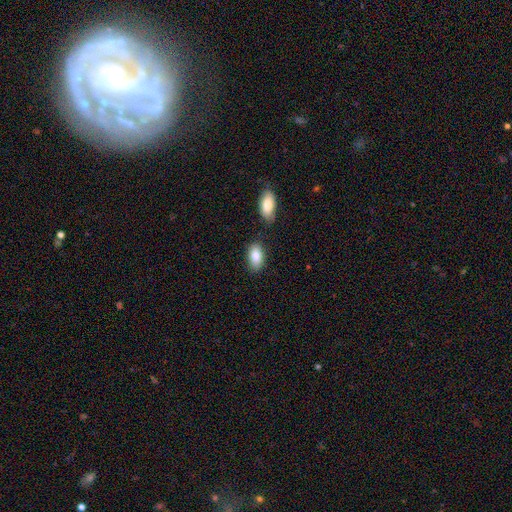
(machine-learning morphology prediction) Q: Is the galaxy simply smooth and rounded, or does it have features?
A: smooth — 85%.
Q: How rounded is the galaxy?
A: in between — 93%.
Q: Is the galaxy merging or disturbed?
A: none — 78%.